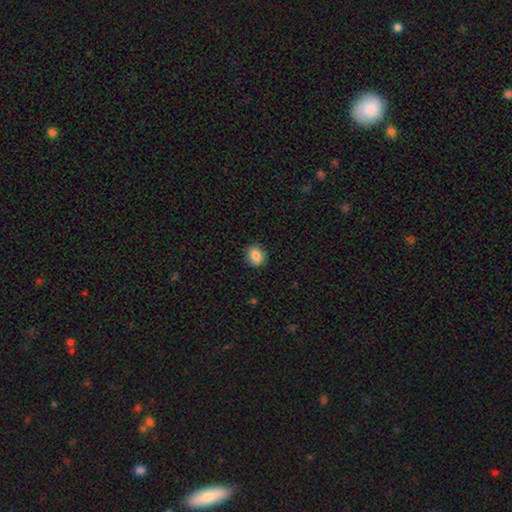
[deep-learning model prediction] smooth 86%, star or artifact 9%, featured or disk 5%. Down the decision tree: how rounded — round (77%); merging — none (91%).